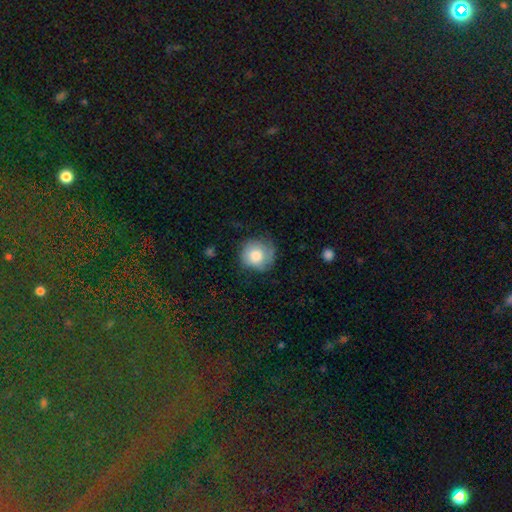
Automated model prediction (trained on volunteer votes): Smooth or featured? Predicted: smooth (p=0.76). How rounded? Predicted: round (p=0.89). Merging? Predicted: none (p=0.62).